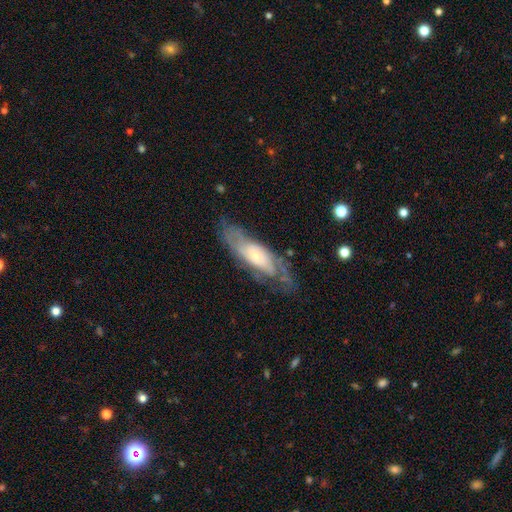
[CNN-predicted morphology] This appears to be a featured or disk galaxy (71%) with no bar (72%), spiral arms (81%) and a small central bulge (65%). Merging: none (64%).